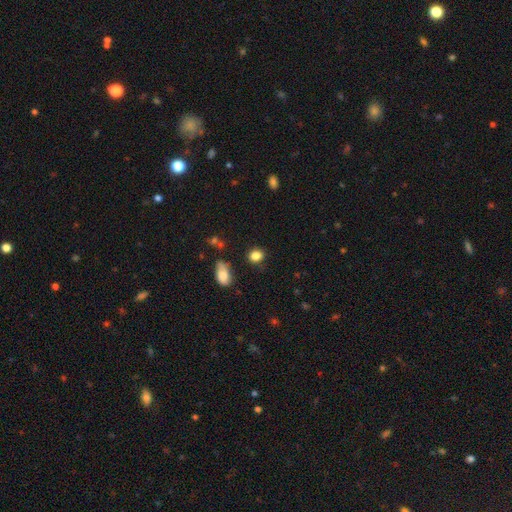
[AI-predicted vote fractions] Smooth or featured: smooth — 85% (star or artifact — 11%)
How rounded: round — 59% (in between — 39%)
Merging: none — 80% (minor disturbance — 13%)